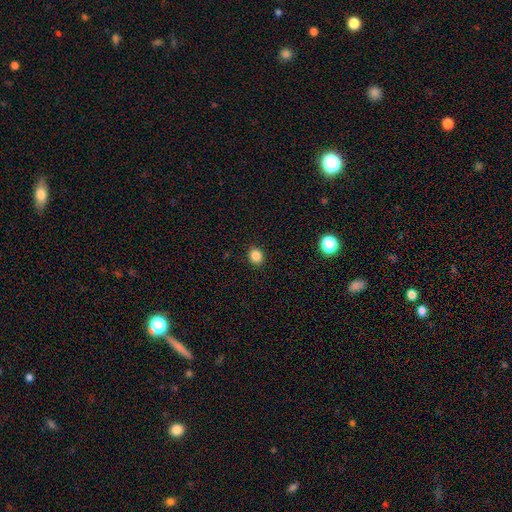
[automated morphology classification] This appears to be a smooth galaxy with no disk features (85%) that is round (74%). Merging: none (91%).